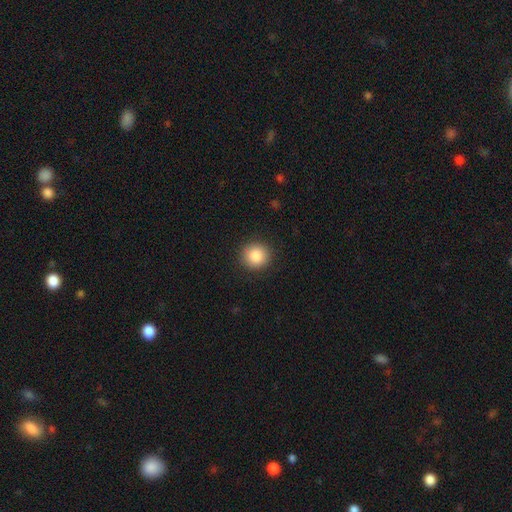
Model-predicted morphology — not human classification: Smooth or featured?
  - smooth: 86% *
  - star or artifact: 9%
  - featured or disk: 5%
How rounded?
  - round: 92% *
  - in between: 7%
  - cigar-shaped: 1%
Merging?
  - none: 91% *
  - minor disturbance: 6%
  - major disturbance: 2%
  - merger: 1%